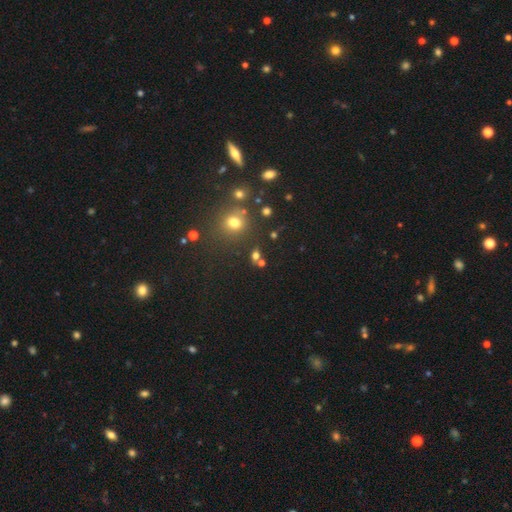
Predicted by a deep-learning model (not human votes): Smooth or featured? smooth (63%)
How rounded? round (69%)
Merging? none (70%)